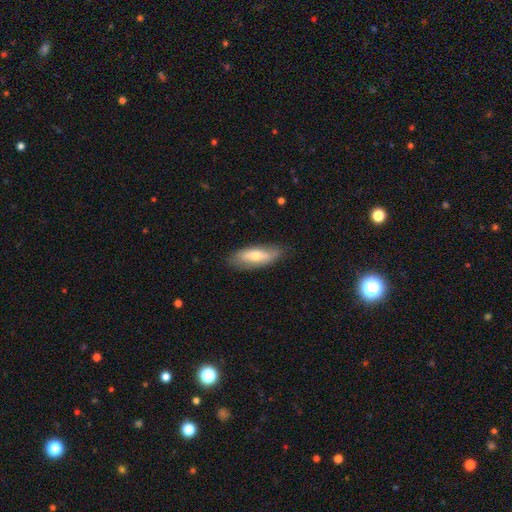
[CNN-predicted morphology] The model was most divided on "smooth or featured": smooth: 56%, featured or disk: 38%, star or artifact: 6%. More confident: merging — none (78%); how rounded — in between (64%).